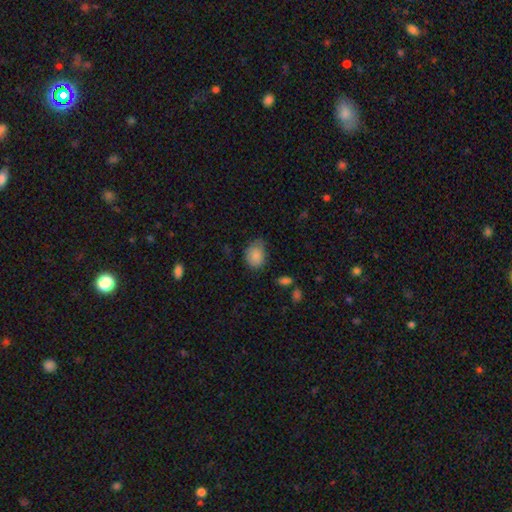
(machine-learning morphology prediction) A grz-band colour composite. It shows a smooth galaxy with no disk features (83%) that is in between round and cigar-shaped (63%). Merging: none (54%).